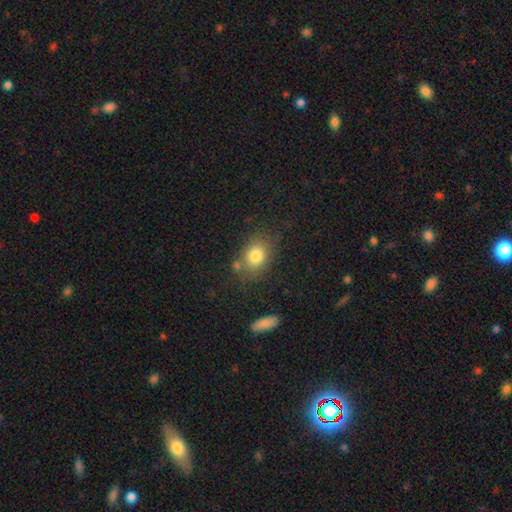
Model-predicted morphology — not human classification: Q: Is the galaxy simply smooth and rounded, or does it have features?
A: smooth — 80%.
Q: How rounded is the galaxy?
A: in between — 56%.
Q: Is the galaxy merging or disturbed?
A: none — 70%.